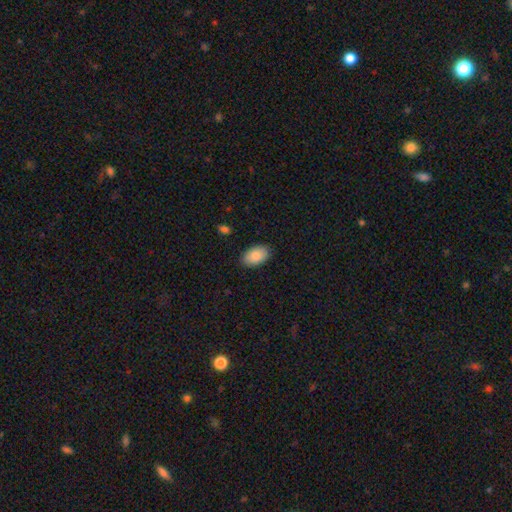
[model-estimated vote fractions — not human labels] Morphology: type=smooth (87%); roundness=in between (94%); merging=none (88%).